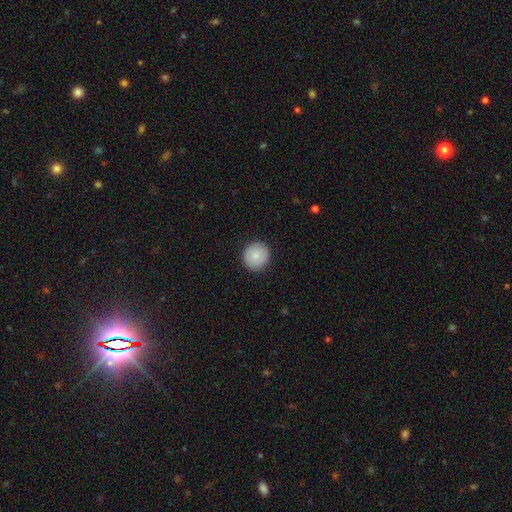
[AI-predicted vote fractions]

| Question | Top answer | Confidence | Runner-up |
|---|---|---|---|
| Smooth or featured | smooth | 82% | featured or disk (11%) |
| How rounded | round | 93% | in between (6%) |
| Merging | none | 91% | minor disturbance (7%) |